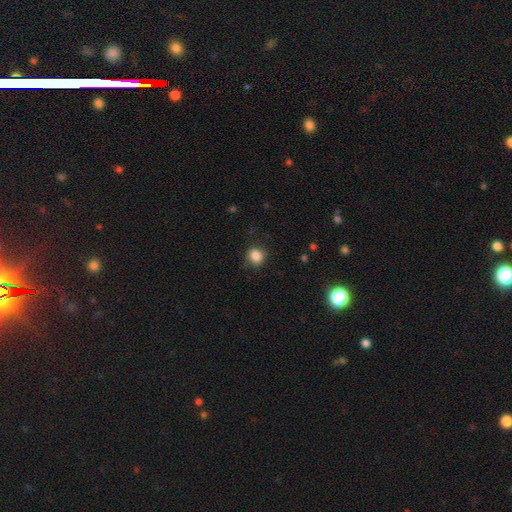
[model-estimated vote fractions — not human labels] Smooth or featured? Predicted: smooth (p=0.86). How rounded? Predicted: round (p=0.82). Merging? Predicted: none (p=0.83).